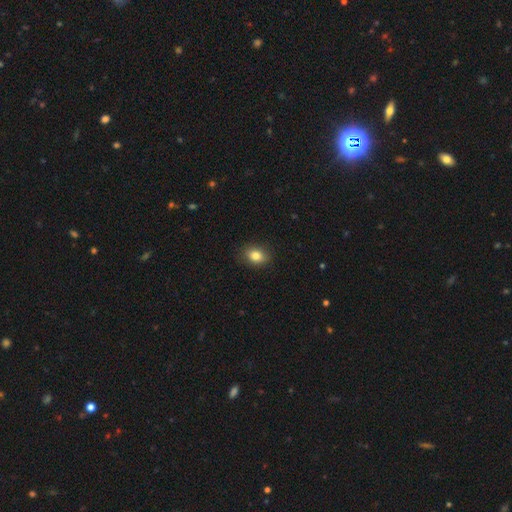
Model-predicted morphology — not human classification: A smooth galaxy with no disk features (84%) that is in between round and cigar-shaped (69%). Merging: none (87%).